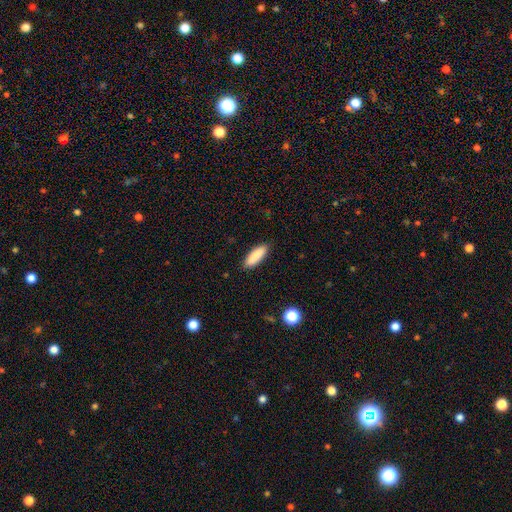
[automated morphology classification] A smooth galaxy with no disk features (88%) that is in between round and cigar-shaped (53%).

Vote fractions:
- Smooth or featured? smooth: 88% / star or artifact: 6% / featured or disk: 5%
- How rounded? in between: 53% / cigar-shaped: 46% / round: 2%
- Merging? none: 89% / minor disturbance: 8% / major disturbance: 2% / merger: 1%